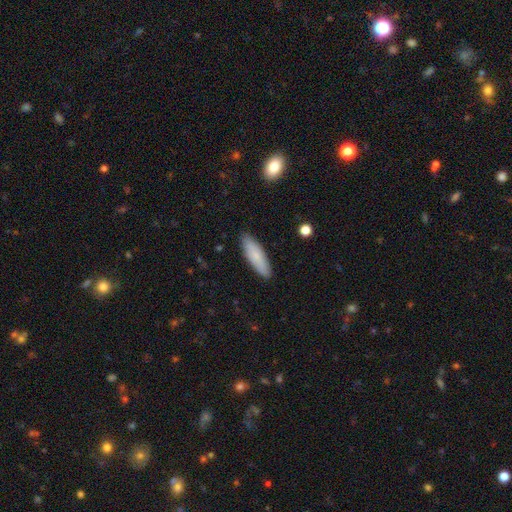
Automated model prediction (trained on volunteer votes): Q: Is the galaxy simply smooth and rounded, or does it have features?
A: smooth — 79%.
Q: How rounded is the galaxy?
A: cigar-shaped — 55%.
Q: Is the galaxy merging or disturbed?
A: none — 88%.